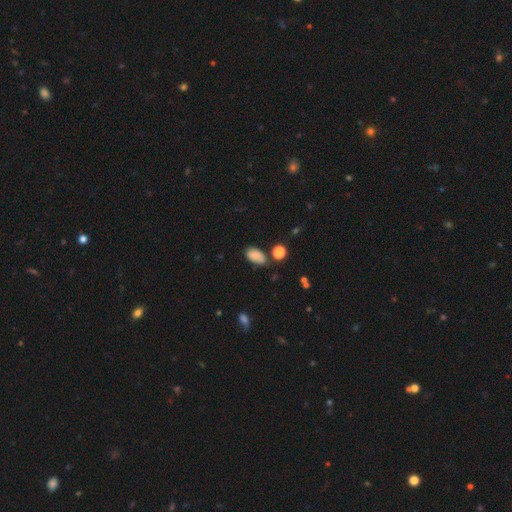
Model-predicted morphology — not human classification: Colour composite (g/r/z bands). It shows a smooth galaxy with no disk features (83%) that is in between round and cigar-shaped (92%). Merging: none (66%).